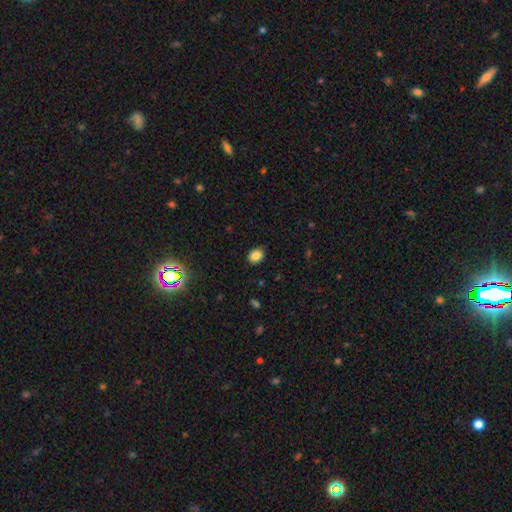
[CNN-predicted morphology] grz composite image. It shows a smooth galaxy with no disk features (85%) that is in between round and cigar-shaped (60%). Merging: none (88%).